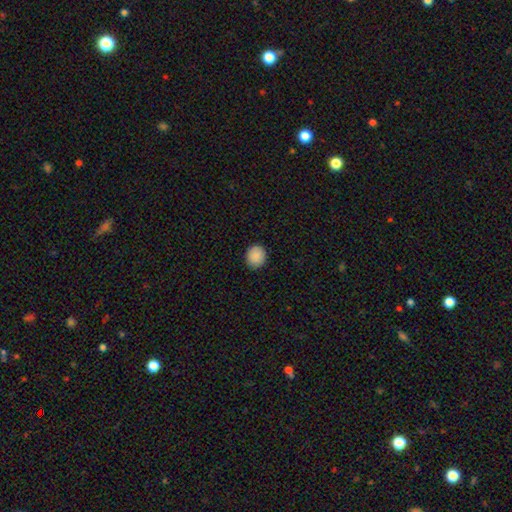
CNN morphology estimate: Smooth or featured? Predicted: smooth (p=0.89). How rounded? Predicted: round (p=0.82). Merging? Predicted: none (p=0.91).